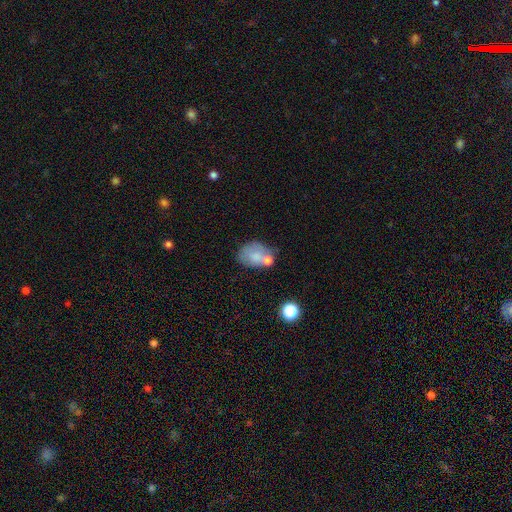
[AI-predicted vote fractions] smooth 69%, featured or disk 21%, star or artifact 10%. Down the decision tree: how rounded — in between (66%); merging — none (37%).